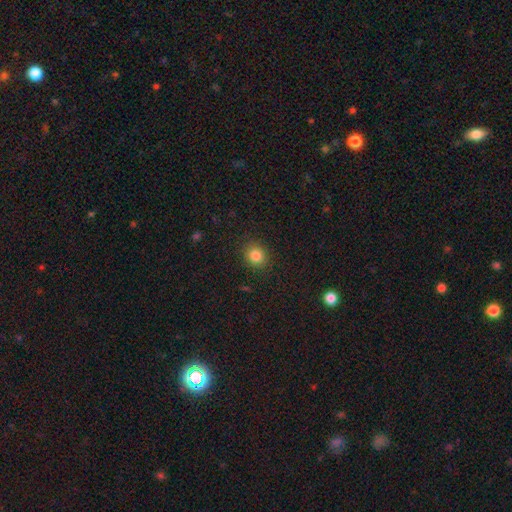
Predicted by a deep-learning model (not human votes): Smooth or featured?
  - smooth: 84% *
  - star or artifact: 11%
  - featured or disk: 5%
How rounded?
  - round: 77% *
  - in between: 22%
  - cigar-shaped: 1%
Merging?
  - none: 89% *
  - minor disturbance: 7%
  - major disturbance: 2%
  - merger: 1%